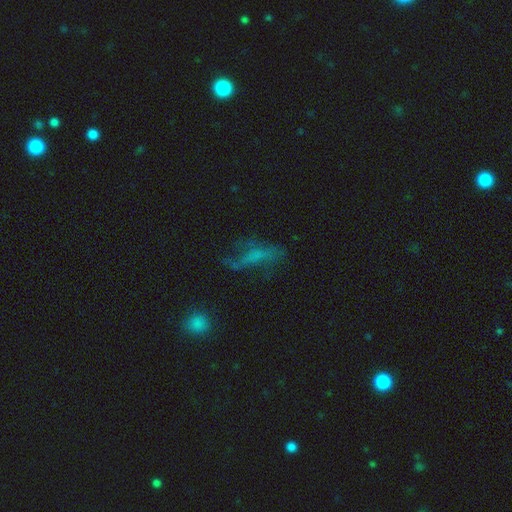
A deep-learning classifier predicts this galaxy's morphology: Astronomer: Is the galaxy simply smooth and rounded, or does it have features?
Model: featured or disk — 41% (runner-up: smooth, 39%).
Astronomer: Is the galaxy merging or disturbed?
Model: none — 45% (runner-up: major disturbance, 28%).